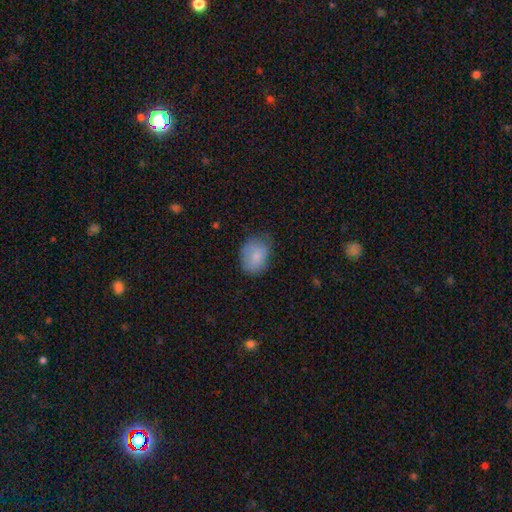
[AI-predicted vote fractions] Q: Smooth or featured?
A: smooth (83%); runner-up: featured or disk (10%)
Q: How rounded?
A: in between (57%); runner-up: round (42%)
Q: Merging?
A: none (62%); runner-up: minor disturbance (29%)